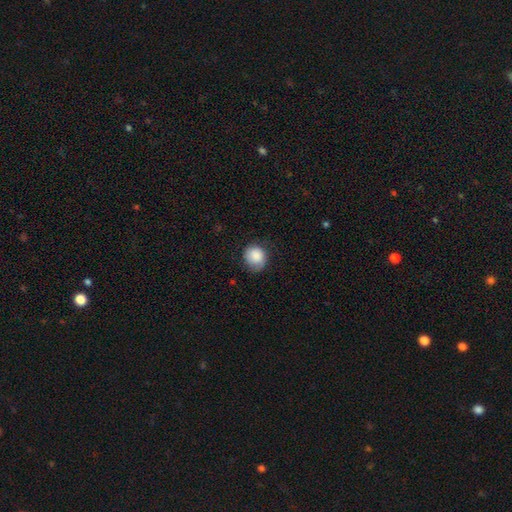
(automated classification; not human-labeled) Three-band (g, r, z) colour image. It shows a smooth galaxy with no disk features (85%) that is round (80%). Merging: none (67%).